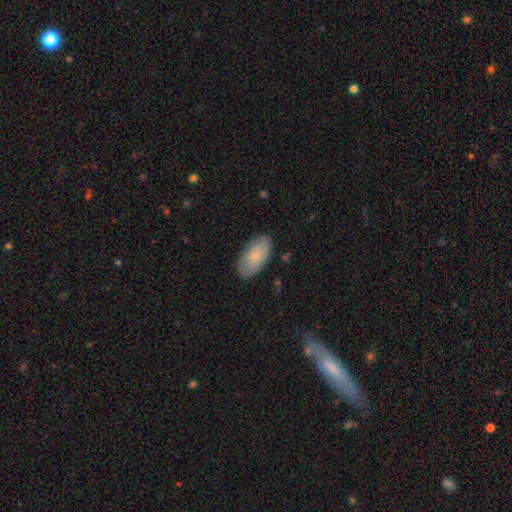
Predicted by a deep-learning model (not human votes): A smooth galaxy with no disk features (75%) that is in between round and cigar-shaped (95%).

Vote fractions:
- Smooth or featured? smooth: 75% / featured or disk: 19% / star or artifact: 6%
- How rounded? in between: 95% / cigar-shaped: 3% / round: 2%
- Merging? none: 83% / minor disturbance: 13% / major disturbance: 2% / merger: 1%